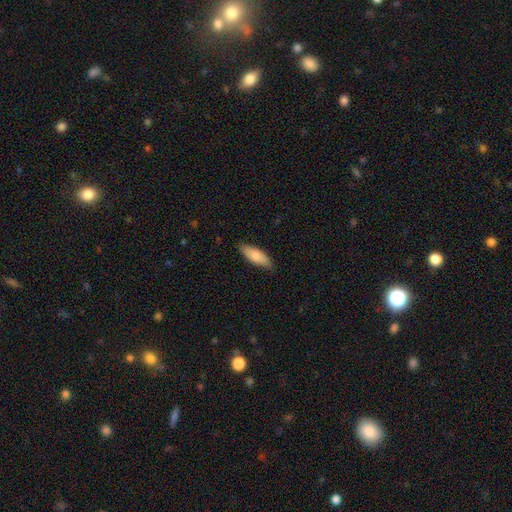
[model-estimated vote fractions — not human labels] Q: Smooth or featured?
A: smooth (82%); runner-up: featured or disk (12%)
Q: How rounded?
A: in between (65%); runner-up: cigar-shaped (33%)
Q: Merging?
A: none (83%); runner-up: minor disturbance (14%)